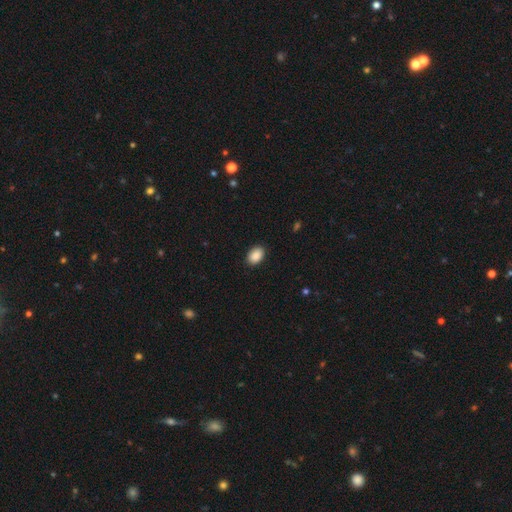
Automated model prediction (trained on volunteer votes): A smooth galaxy with no disk features (90%) that is in between round and cigar-shaped (83%). Merging: none (89%).